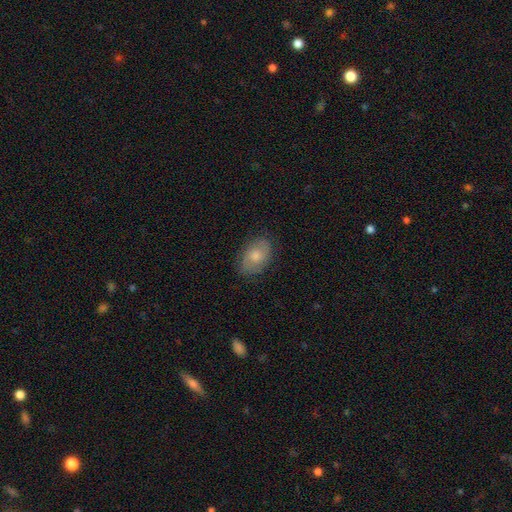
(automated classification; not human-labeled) Smooth or featured? Predicted: smooth (p=0.59). How rounded? Predicted: in between (p=0.85). Merging? Predicted: none (p=0.80).